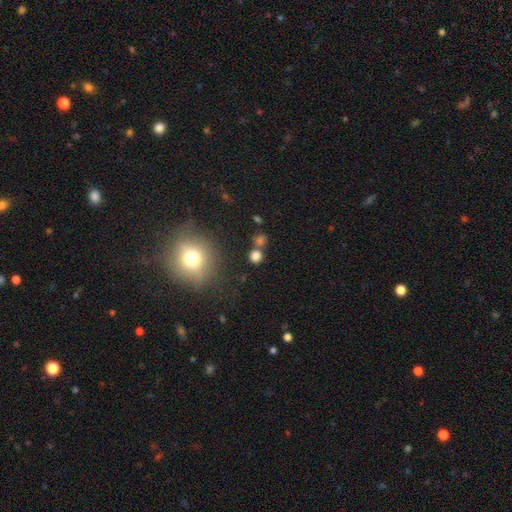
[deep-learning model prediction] smooth-or-featured: smooth: 77% | star or artifact: 17% | featured or disk: 6%
  how-rounded: round: 84% | in between: 15% | cigar-shaped: 1%
  merging: none: 68% | merger: 19% | minor disturbance: 8% | major disturbance: 4%